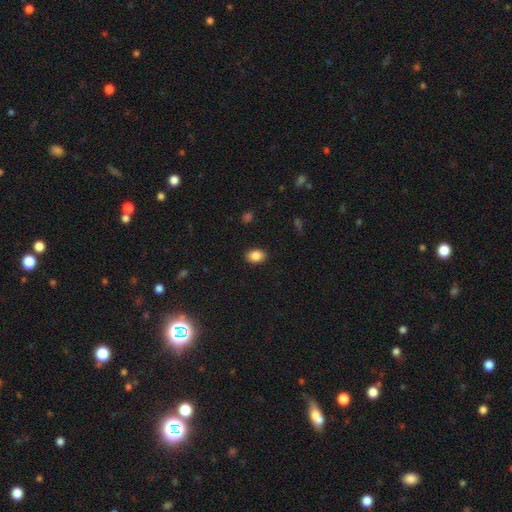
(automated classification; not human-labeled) Smooth or featured: smooth — 86% (star or artifact — 9%)
How rounded: in between — 73% (round — 26%)
Merging: none — 88% (minor disturbance — 9%)